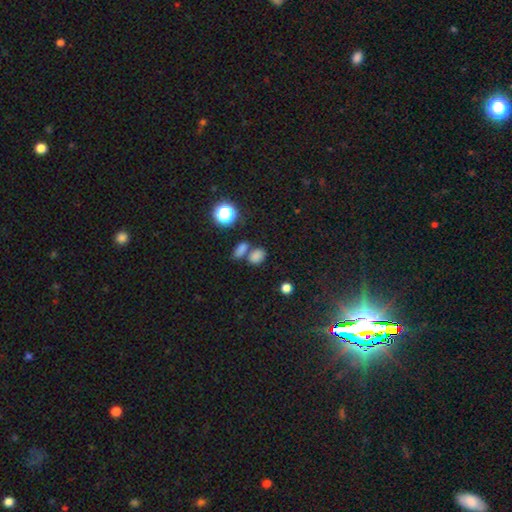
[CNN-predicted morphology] Smooth or featured? smooth (78%)
How rounded? in between (71%)
Merging? none (50%)